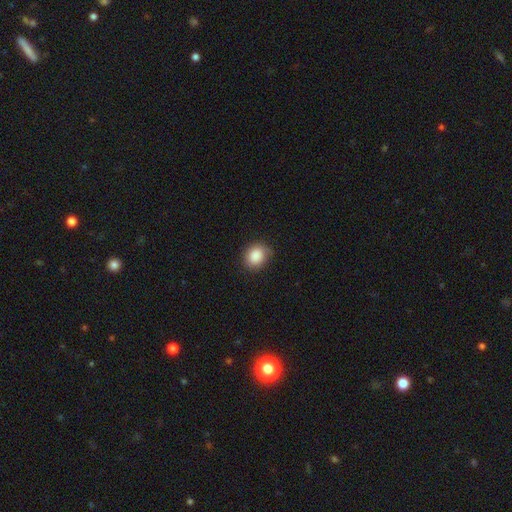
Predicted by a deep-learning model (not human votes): This is clearly a smooth galaxy (88%). How rounded: likely round (63%). Merging: clearly none (81%).